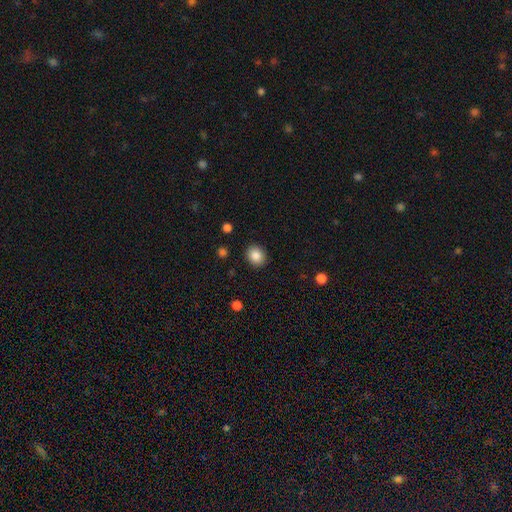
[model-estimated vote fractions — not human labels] Smooth or featured? smooth (86%)
How rounded? round (74%)
Merging? none (90%)